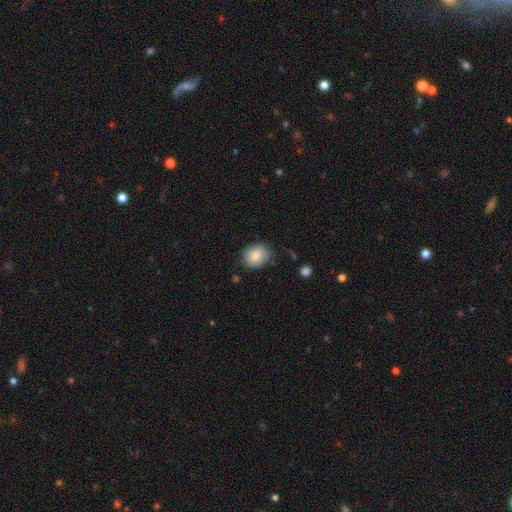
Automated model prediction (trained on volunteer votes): smooth-or-featured: smooth: 82% | featured or disk: 10% | star or artifact: 8%
  how-rounded: round: 67% | in between: 32% | cigar-shaped: 1%
  merging: none: 77% | minor disturbance: 17% | major disturbance: 4% | merger: 2%